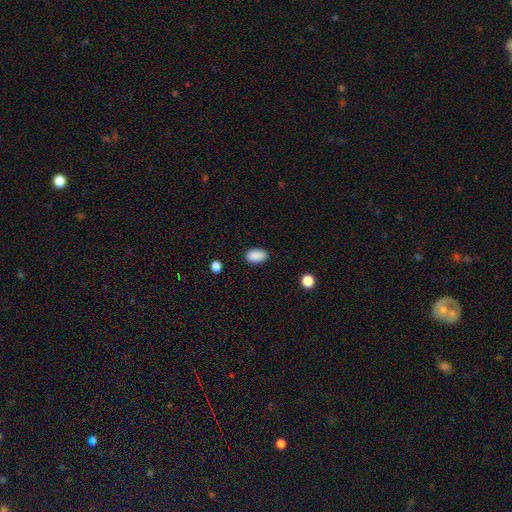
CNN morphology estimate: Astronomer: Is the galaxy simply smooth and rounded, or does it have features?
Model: smooth — 89%.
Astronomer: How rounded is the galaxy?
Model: in between — 91%.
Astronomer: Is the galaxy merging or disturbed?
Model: none — 87%.